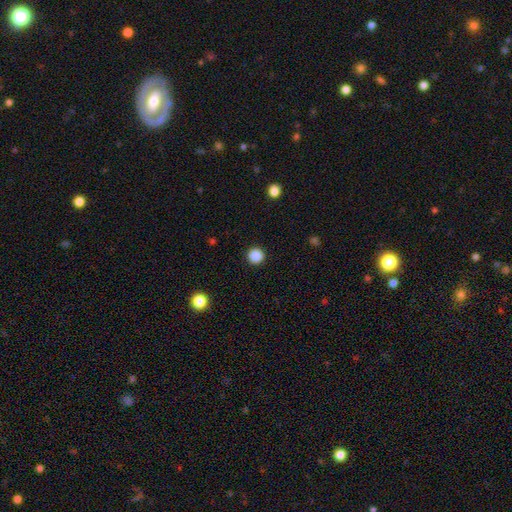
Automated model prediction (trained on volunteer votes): smooth_or_featured: smooth (p=0.87) [alt: star or artifact p=0.10]
how_rounded: round (p=0.95) [alt: in between p=0.04]
merging: none (p=0.93) [alt: minor disturbance p=0.04]